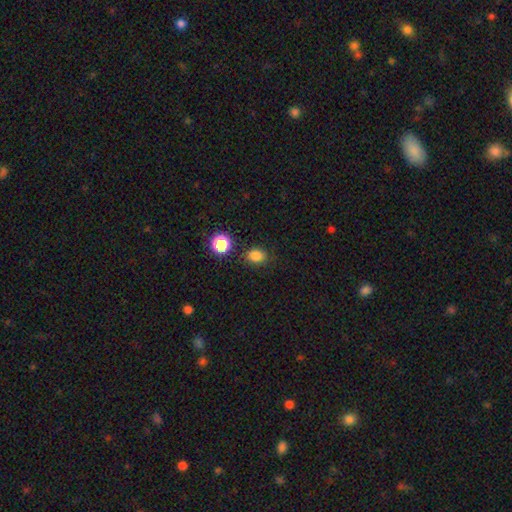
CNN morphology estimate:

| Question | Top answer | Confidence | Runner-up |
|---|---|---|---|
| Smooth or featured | smooth | 81% | star or artifact (15%) |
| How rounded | in between | 50% | round (49%) |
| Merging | none | 81% | minor disturbance (12%) |